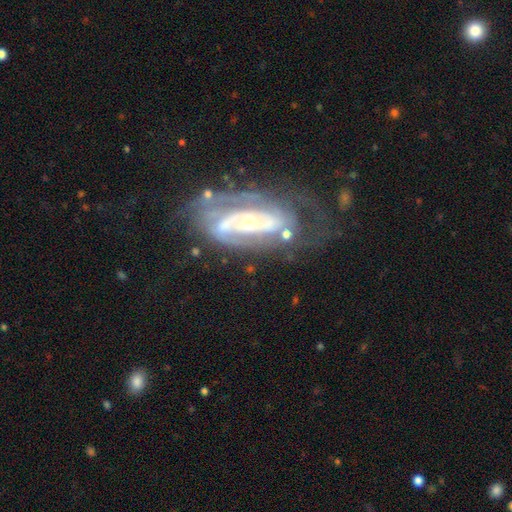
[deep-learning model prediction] Overall: featured or disk (83%). Edge-on disk: no (91%). Bar: no (44%; weak 29%). Spiral arms: yes (80%). Spiral arm count: 2 (46%; can't tell 34%). Spiral winding: tight (52%; medium 33%). Bulge size: small (48%; moderate 46%). Merging: none (56%; minor disturbance 21%).